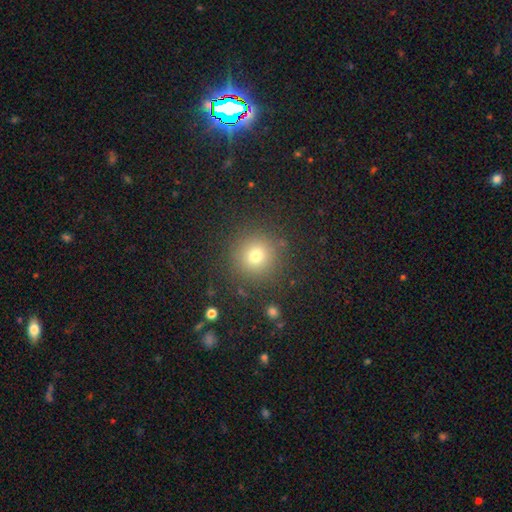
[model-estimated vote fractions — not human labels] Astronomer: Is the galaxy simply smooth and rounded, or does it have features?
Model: smooth — 73%.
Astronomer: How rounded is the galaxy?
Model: round — 94%.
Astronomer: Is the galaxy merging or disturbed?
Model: none — 88%.